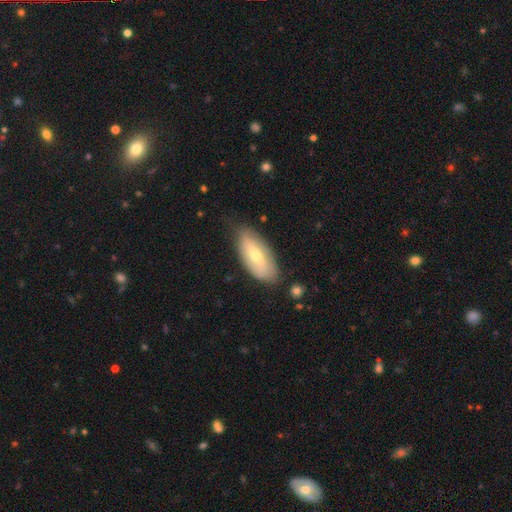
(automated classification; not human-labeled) smooth 50%, featured or disk 44%, star or artifact 6%. Down the decision tree: how rounded — in between (85%); merging — none (74%).